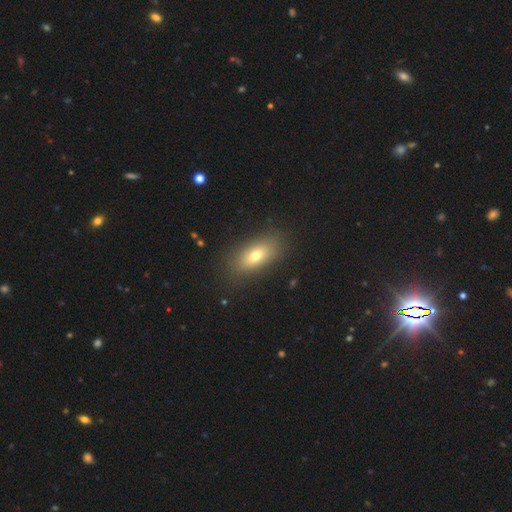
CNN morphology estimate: Smooth or featured? Predicted: smooth (p=0.70). How rounded? Predicted: in between (p=0.81). Merging? Predicted: none (p=0.85).